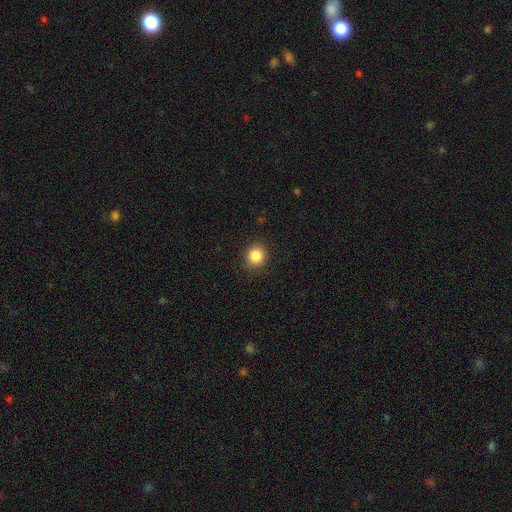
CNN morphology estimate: A smooth galaxy with no disk features (86%) that is round (84%). Merging: none (89%).